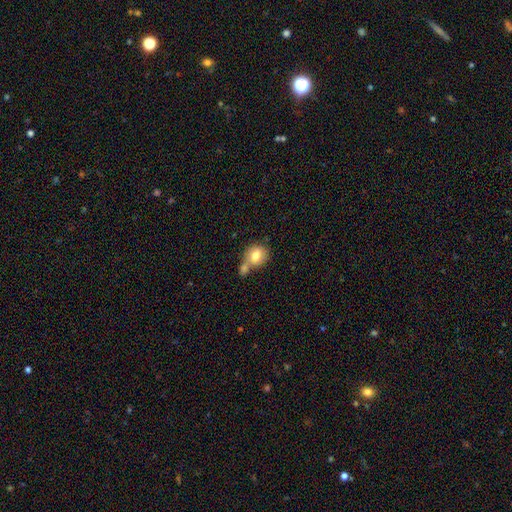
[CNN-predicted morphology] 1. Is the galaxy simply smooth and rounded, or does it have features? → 78% smooth, 14% featured or disk, 8% star or artifact.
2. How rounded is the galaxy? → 67% round, 31% in between, 1% cigar-shaped.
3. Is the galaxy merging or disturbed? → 44% merger, 39% none, 13% minor disturbance, 5% major disturbance.